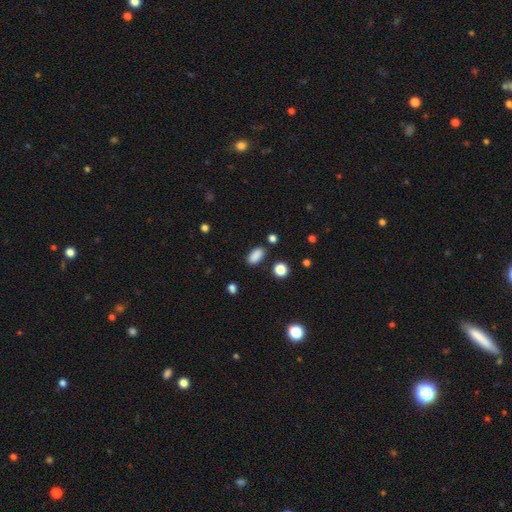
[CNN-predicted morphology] This is clearly a smooth galaxy (87%). How rounded: clearly in between (89%). Merging: clearly none (85%).